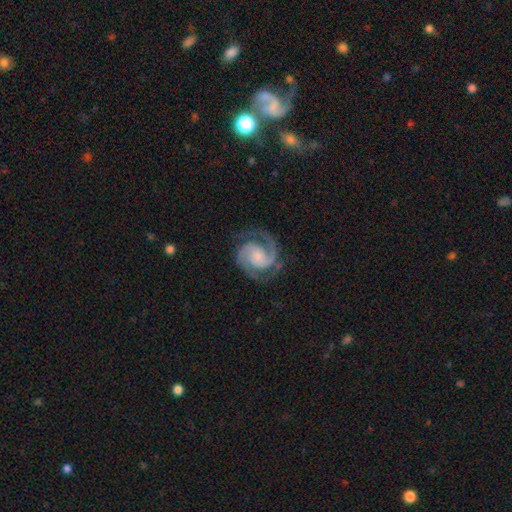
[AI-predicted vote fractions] Overall: featured or disk (92%). Edge-on disk: no (98%). Bar: no (60%; weak 30%). Spiral arms: yes (99%). Spiral arm count: 2 (91%). Spiral winding: medium (47%; tight 46%). Bulge size: small (51%; moderate 27%). Merging: none (80%).